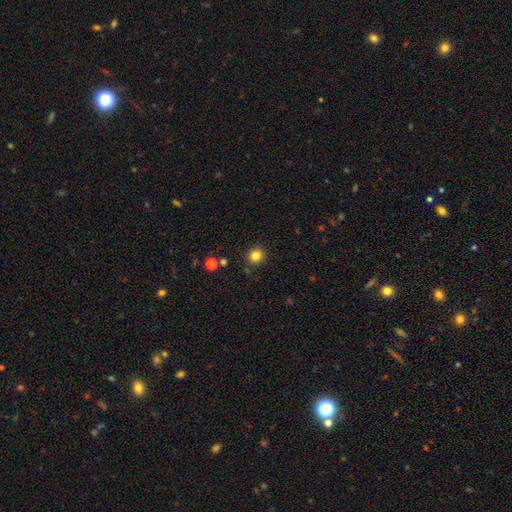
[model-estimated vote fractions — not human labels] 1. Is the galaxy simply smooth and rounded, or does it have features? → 82% smooth, 13% star or artifact, 5% featured or disk.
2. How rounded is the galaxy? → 90% round, 10% in between, 1% cigar-shaped.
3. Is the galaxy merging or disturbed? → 89% none, 7% minor disturbance, 2% merger, 2% major disturbance.